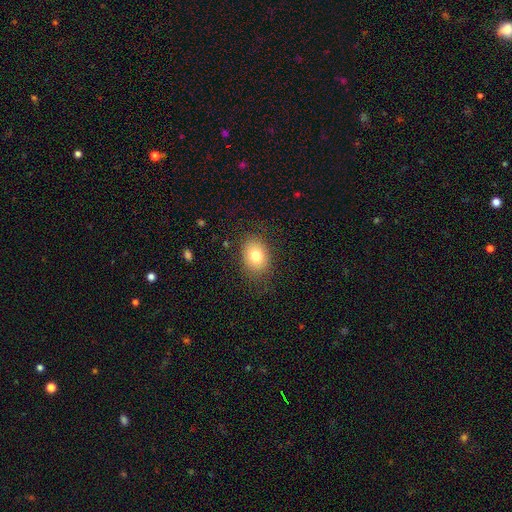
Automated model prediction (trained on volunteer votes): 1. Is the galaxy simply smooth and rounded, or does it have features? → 78% smooth, 12% featured or disk, 10% star or artifact.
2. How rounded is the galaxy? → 61% in between, 38% round, 1% cigar-shaped.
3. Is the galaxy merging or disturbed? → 83% none, 12% minor disturbance, 4% major disturbance, 1% merger.